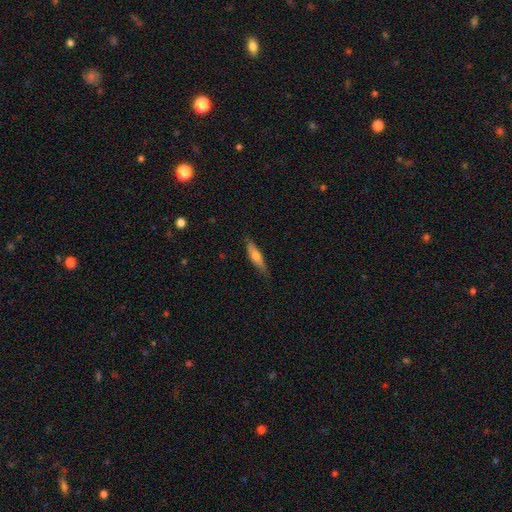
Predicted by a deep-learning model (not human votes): Smooth or featured? smooth (60%)
How rounded? cigar-shaped (71%)
Merging? none (81%)